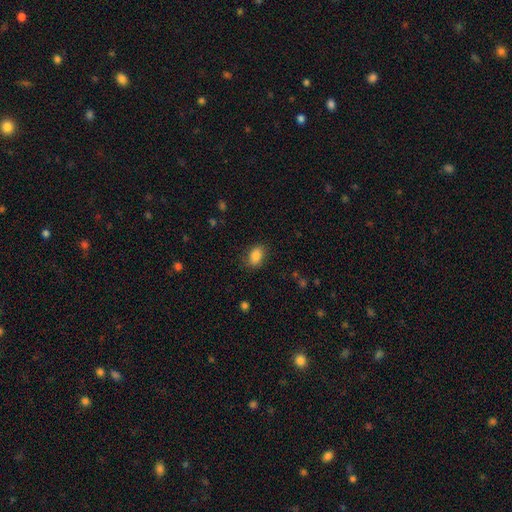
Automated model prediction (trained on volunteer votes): Smooth or featured?
  - smooth: 86% *
  - star or artifact: 8%
  - featured or disk: 6%
How rounded?
  - in between: 83% *
  - round: 15%
  - cigar-shaped: 2%
Merging?
  - none: 82% *
  - minor disturbance: 13%
  - major disturbance: 4%
  - merger: 1%